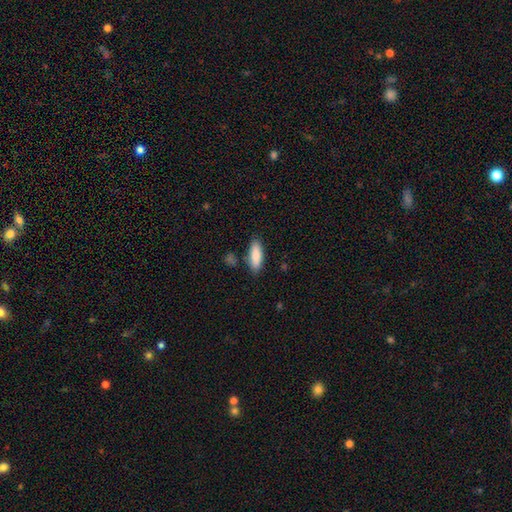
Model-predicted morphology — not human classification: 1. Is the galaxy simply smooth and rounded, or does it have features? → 86% smooth, 8% featured or disk, 6% star or artifact.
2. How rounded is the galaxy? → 65% in between, 33% cigar-shaped, 2% round.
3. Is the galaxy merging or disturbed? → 81% none, 12% minor disturbance, 4% merger, 3% major disturbance.